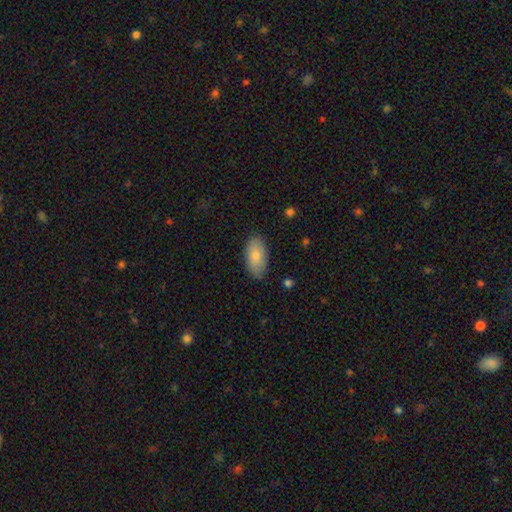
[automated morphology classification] A smooth galaxy with no disk features (81%) that is in between round and cigar-shaped (93%).

Vote fractions:
- Smooth or featured? smooth: 81% / featured or disk: 13% / star or artifact: 6%
- How rounded? in between: 93% / cigar-shaped: 4% / round: 3%
- Merging? none: 80% / minor disturbance: 16% / major disturbance: 3% / merger: 1%